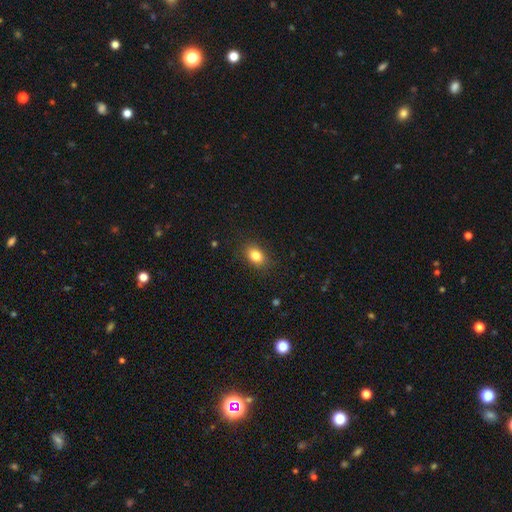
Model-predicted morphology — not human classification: This appears to be a smooth galaxy with no disk features (83%) that is in between round and cigar-shaped (74%). Merging: none (86%).